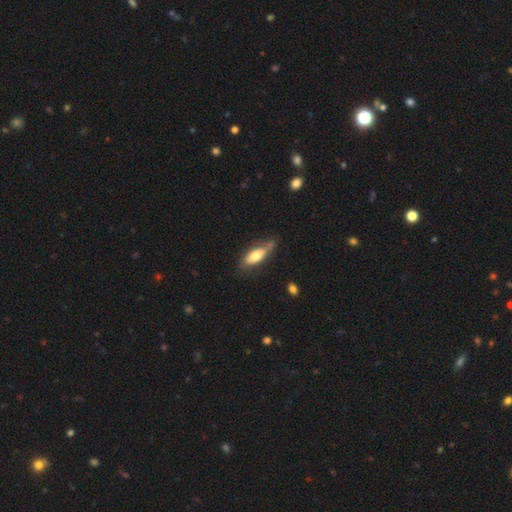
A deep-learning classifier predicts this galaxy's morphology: This appears to be a smooth galaxy with no disk features (63%) that is in between round and cigar-shaped (70%). Merging: none (51%).